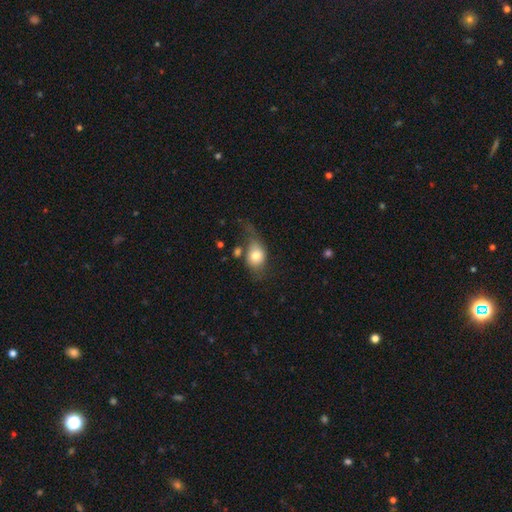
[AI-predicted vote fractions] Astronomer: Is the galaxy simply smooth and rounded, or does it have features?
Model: smooth — 73%.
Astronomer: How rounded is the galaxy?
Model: in between — 63%.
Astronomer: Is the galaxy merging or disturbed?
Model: none — 33% (runner-up: major disturbance, 29%).